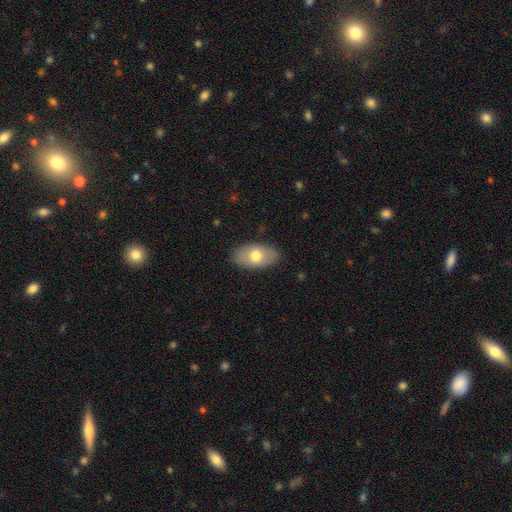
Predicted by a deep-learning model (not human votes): Q: Smooth or featured?
A: smooth (67%); runner-up: featured or disk (27%)
Q: How rounded?
A: in between (93%); runner-up: round (5%)
Q: Merging?
A: none (85%); runner-up: minor disturbance (12%)